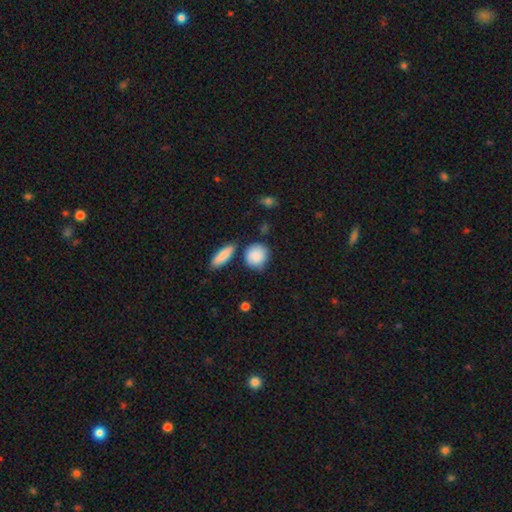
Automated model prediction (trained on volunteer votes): Smooth or featured? Predicted: smooth (p=0.85). How rounded? Predicted: round (p=0.76). Merging? Predicted: none (p=0.68).